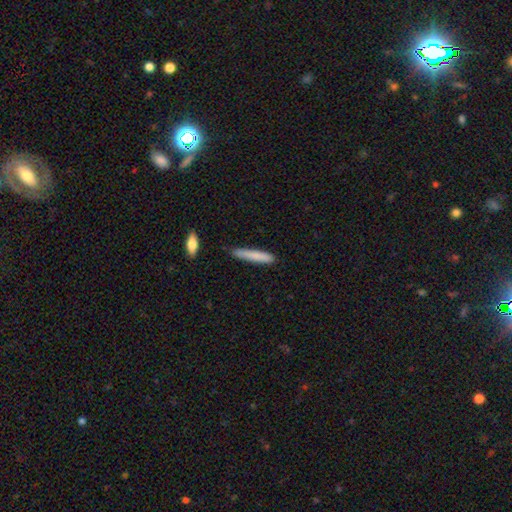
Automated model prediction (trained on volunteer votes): Q: Smooth or featured?
A: smooth (80%); runner-up: featured or disk (14%)
Q: How rounded?
A: cigar-shaped (93%); runner-up: in between (6%)
Q: Merging?
A: none (78%); runner-up: minor disturbance (17%)